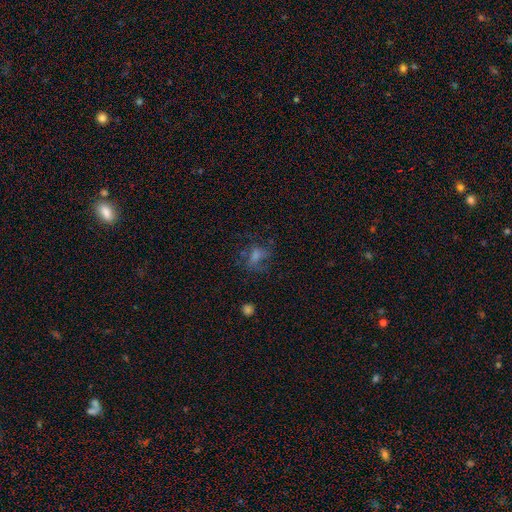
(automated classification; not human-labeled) Smooth or featured?
  - smooth: 38% *
  - featured or disk: 33%
  - star or artifact: 29%
Merging?
  - none: 58% *
  - major disturbance: 20%
  - minor disturbance: 19%
  - merger: 3%